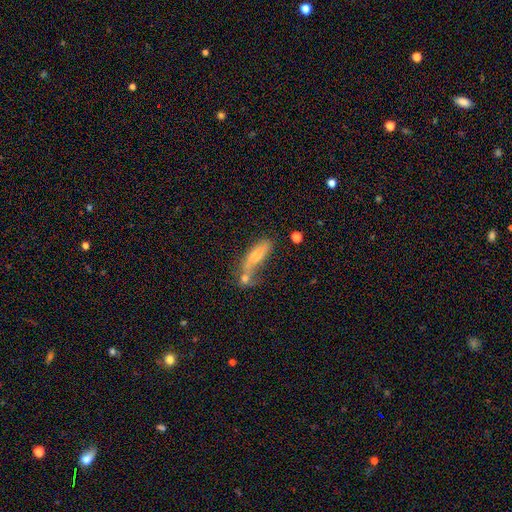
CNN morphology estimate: The model was most divided on "how rounded": in between: 49%, cigar-shaped: 47%, round: 4%. Remaining: smooth or featured — smooth (53%); merging — merger (39%).